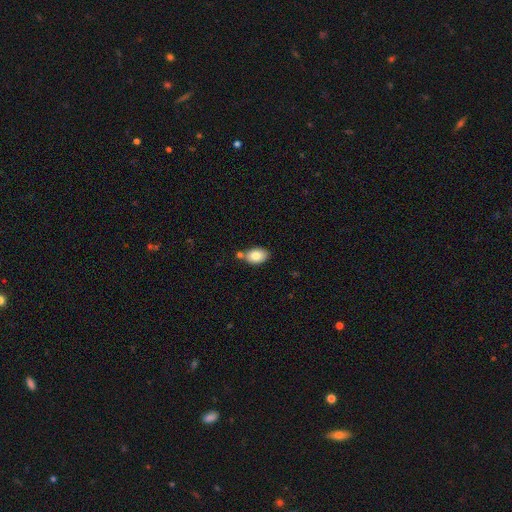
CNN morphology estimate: smooth 81%, featured or disk 11%, star or artifact 8%. Down the decision tree: how rounded — in between (85%); merging — none (66%).